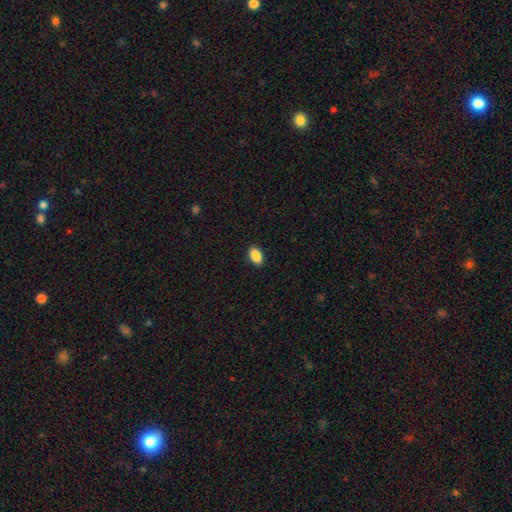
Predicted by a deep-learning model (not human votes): Smooth or featured? Predicted: smooth (p=0.88). How rounded? Predicted: in between (p=0.90). Merging? Predicted: none (p=0.90).